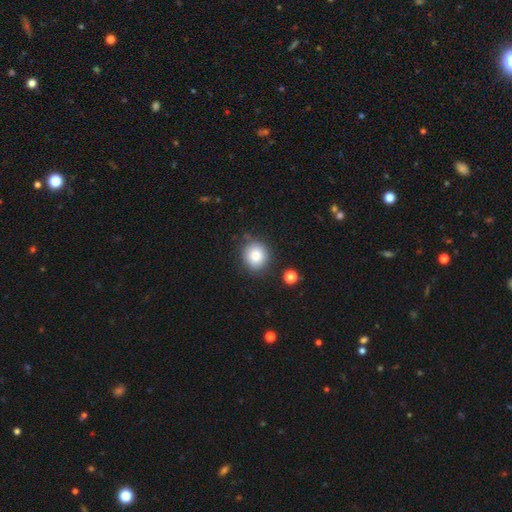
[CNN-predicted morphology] Overall: smooth (81%). How rounded: round (84%). Merging: none (80%).